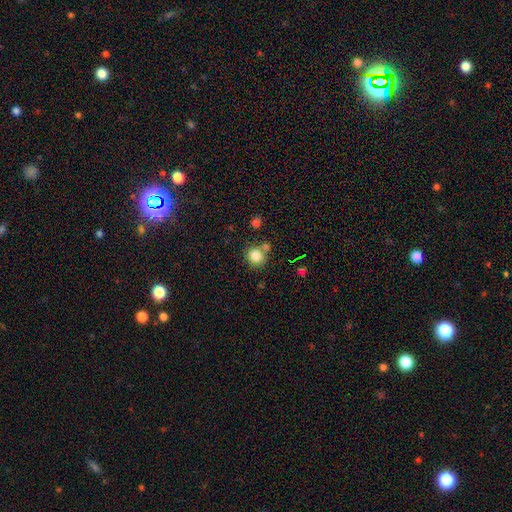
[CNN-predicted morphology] The model was most divided on "merging": none: 69%, merger: 17%, minor disturbance: 10%, major disturbance: 4%. More confident: how rounded — round (87%); smooth or featured — smooth (84%).